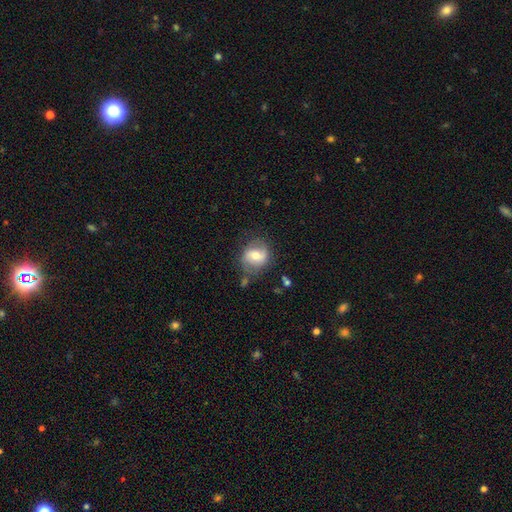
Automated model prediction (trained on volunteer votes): Morphology: type=featured or disk (48%); merging=none (70%).